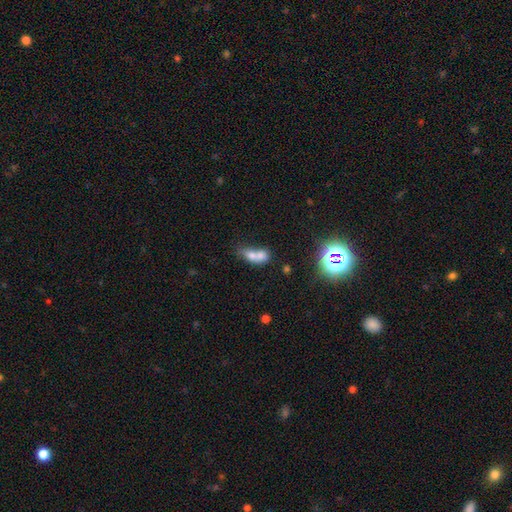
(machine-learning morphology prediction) Overall: smooth (66%). How rounded: in between (68%). Merging: merger (65%).